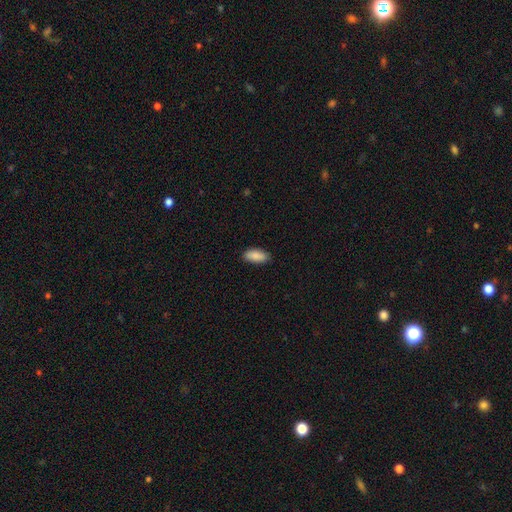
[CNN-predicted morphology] This appears to be a smooth galaxy with no disk features (90%) that is in between round and cigar-shaped (88%). Merging: none (88%).